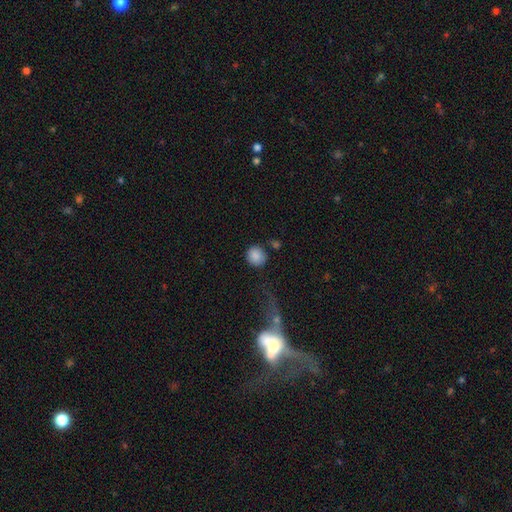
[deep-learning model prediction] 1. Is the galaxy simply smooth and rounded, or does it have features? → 86% smooth, 9% star or artifact, 5% featured or disk.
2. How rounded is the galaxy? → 88% round, 11% in between, 1% cigar-shaped.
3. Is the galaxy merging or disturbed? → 79% none, 11% minor disturbance, 6% merger, 5% major disturbance.